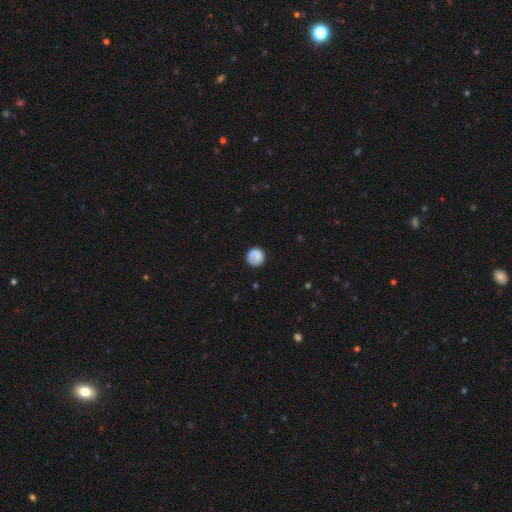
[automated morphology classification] Smooth or featured? Predicted: smooth (p=0.79). How rounded? Predicted: round (p=0.92). Merging? Predicted: none (p=0.79).